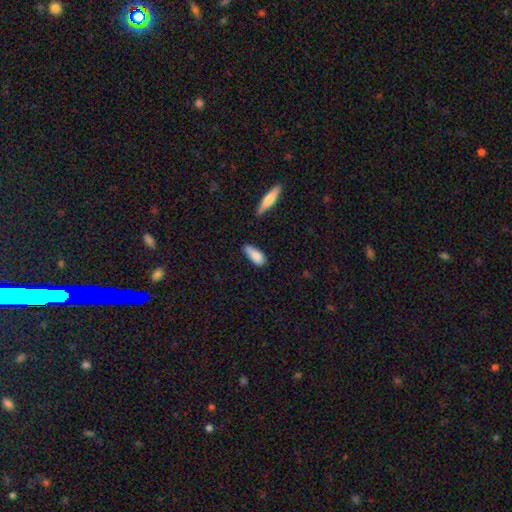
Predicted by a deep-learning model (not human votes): Overall: smooth (83%). How rounded: in between (75%). Merging: none (51%; minor disturbance 36%).